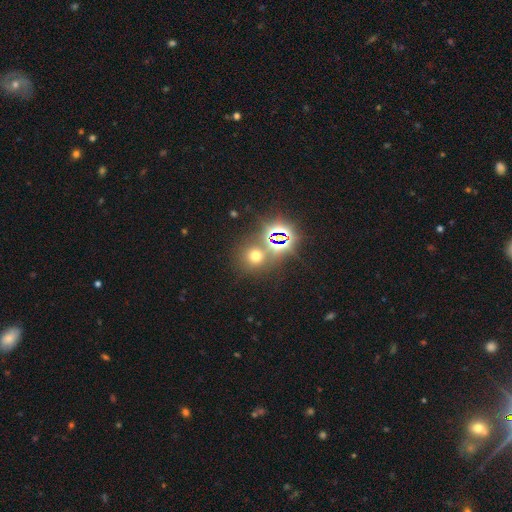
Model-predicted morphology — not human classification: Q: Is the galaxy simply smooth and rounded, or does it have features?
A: smooth — 50%.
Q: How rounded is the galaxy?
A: round — 89%.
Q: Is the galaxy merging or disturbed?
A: none — 72%.